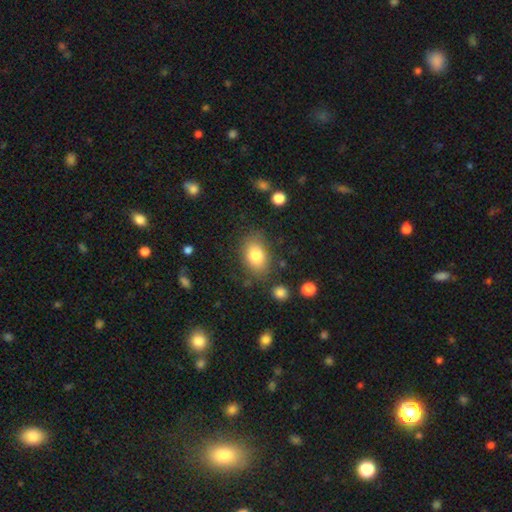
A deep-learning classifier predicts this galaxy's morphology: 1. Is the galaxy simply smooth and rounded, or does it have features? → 80% smooth, 11% featured or disk, 9% star or artifact.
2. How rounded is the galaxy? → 81% in between, 17% round, 2% cigar-shaped.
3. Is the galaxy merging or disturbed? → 76% none, 15% minor disturbance, 5% major disturbance, 3% merger.